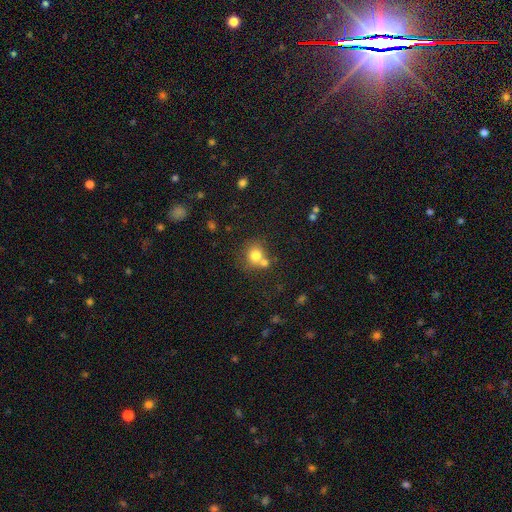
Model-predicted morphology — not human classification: This appears to be a smooth galaxy with no disk features (77%) that is round (80%). Merging: none (51%).